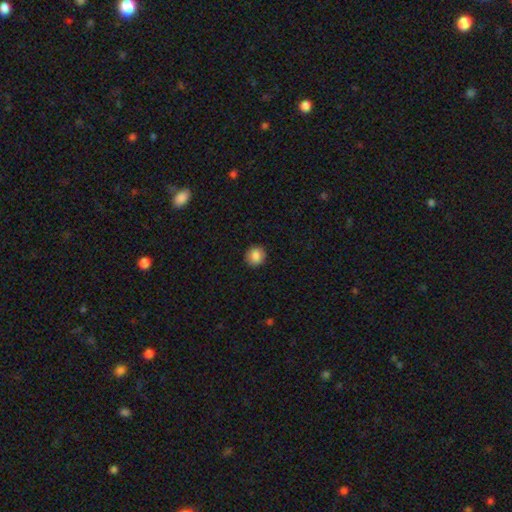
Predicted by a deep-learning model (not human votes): Smooth or featured?
  - smooth: 86% *
  - star or artifact: 9%
  - featured or disk: 5%
How rounded?
  - round: 90% *
  - in between: 9%
  - cigar-shaped: 1%
Merging?
  - none: 91% *
  - minor disturbance: 7%
  - major disturbance: 2%
  - merger: 1%